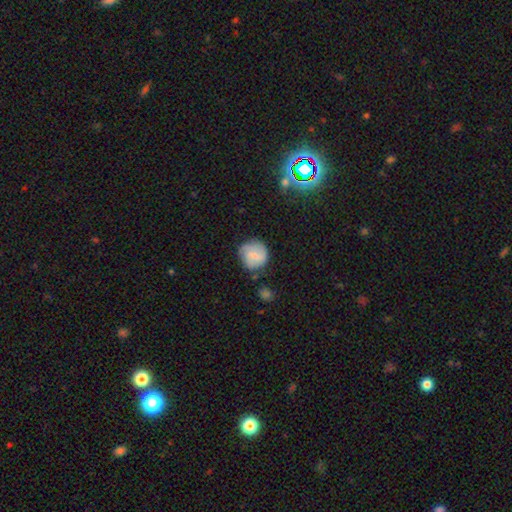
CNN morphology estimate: smooth 56%, featured or disk 37%, star or artifact 7%. Down the decision tree: how rounded — round (87%); merging — none (66%).